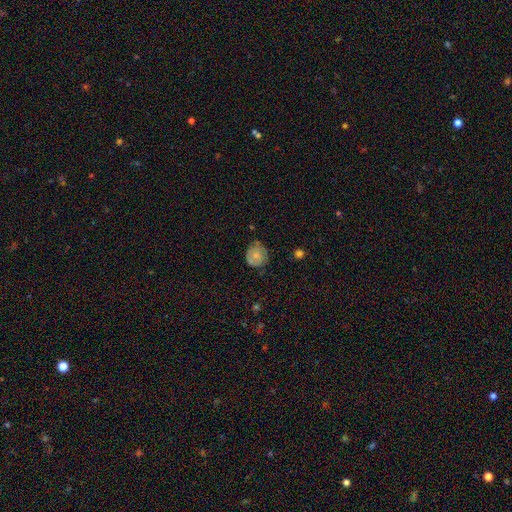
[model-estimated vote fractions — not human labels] Morphology: type=smooth (67%); roundness=round (81%); merging=none (60%).